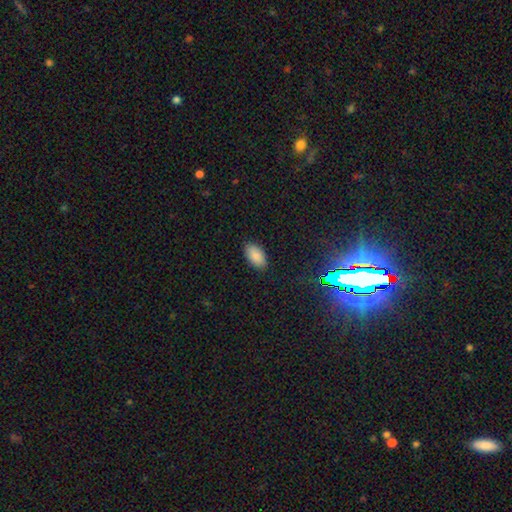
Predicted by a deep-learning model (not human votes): A smooth galaxy with no disk features (88%) that is in between round and cigar-shaped (95%).

Vote fractions:
- Smooth or featured? smooth: 88% / star or artifact: 8% / featured or disk: 4%
- How rounded? in between: 95% / round: 3% / cigar-shaped: 2%
- Merging? none: 88% / minor disturbance: 9% / major disturbance: 2% / merger: 1%